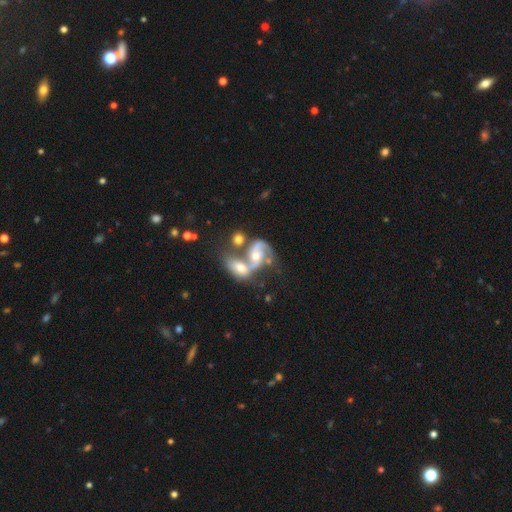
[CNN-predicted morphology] A featured or disk galaxy (78%) with no bar (52%), 2 (78%) medium (44%) spiral arms (89%) and a moderate central bulge (61%). Merging: merger (71%).